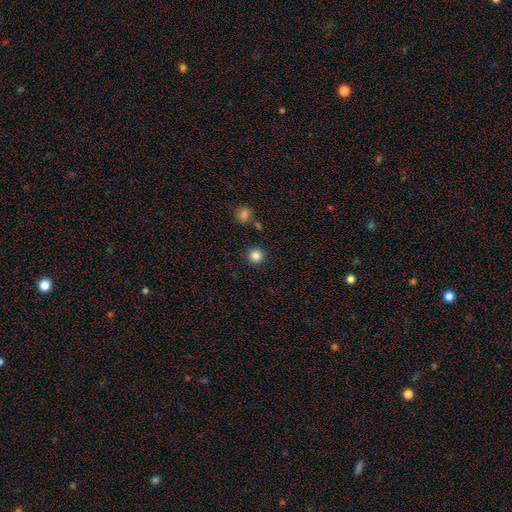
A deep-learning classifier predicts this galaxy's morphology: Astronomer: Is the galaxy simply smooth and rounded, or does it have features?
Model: smooth — 85%.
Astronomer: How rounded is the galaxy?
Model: round — 95%.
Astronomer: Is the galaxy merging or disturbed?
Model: none — 89%.